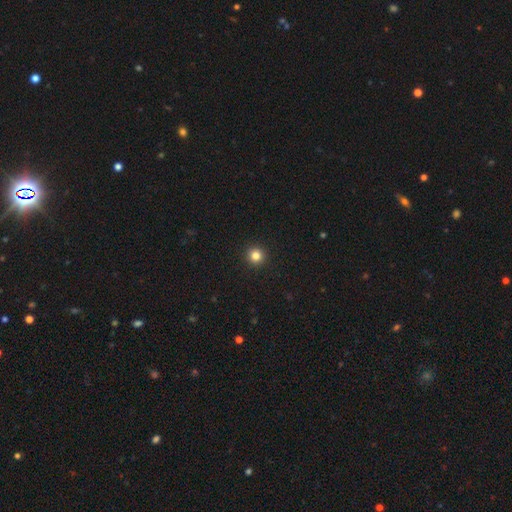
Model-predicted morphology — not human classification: Smooth or featured: smooth — 83% (star or artifact — 12%)
How rounded: round — 95% (in between — 4%)
Merging: none — 94% (minor disturbance — 4%)